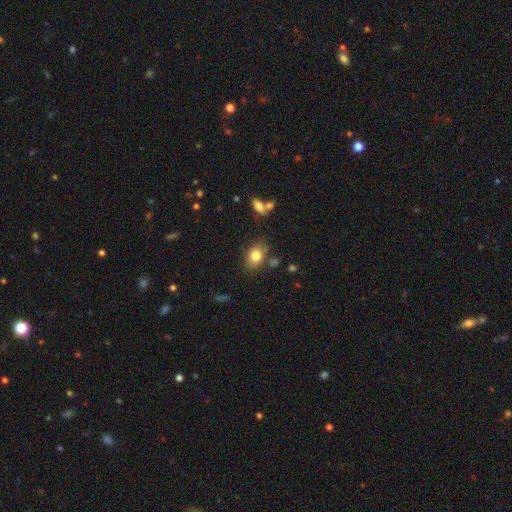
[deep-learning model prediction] Smooth or featured?
  - smooth: 80% *
  - featured or disk: 10%
  - star or artifact: 10%
How rounded?
  - in between: 66% *
  - round: 33%
  - cigar-shaped: 1%
Merging?
  - none: 73% *
  - minor disturbance: 16%
  - merger: 7%
  - major disturbance: 5%